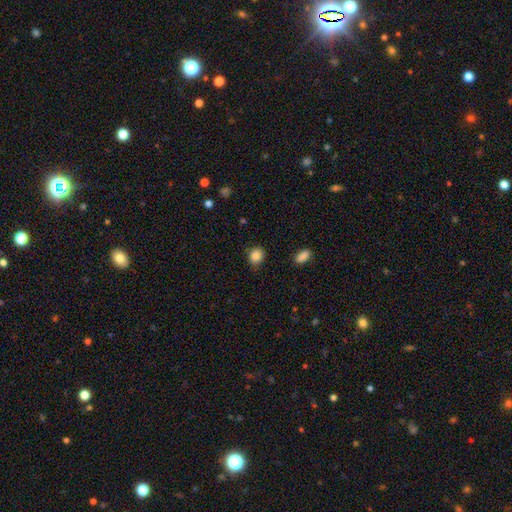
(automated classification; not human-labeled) Smooth or featured?
  - smooth: 86% *
  - star or artifact: 10%
  - featured or disk: 4%
How rounded?
  - round: 66% *
  - in between: 33%
  - cigar-shaped: 1%
Merging?
  - none: 80% *
  - minor disturbance: 15%
  - major disturbance: 3%
  - merger: 1%